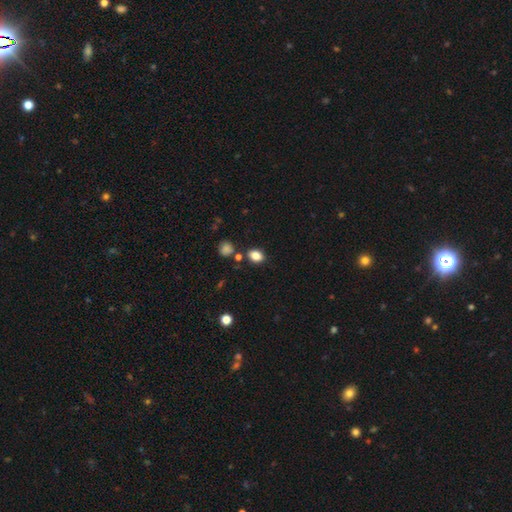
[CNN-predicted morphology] smooth-or-featured: smooth: 84% | star or artifact: 11% | featured or disk: 5%
  how-rounded: in between: 70% | round: 29% | cigar-shaped: 1%
  merging: none: 79% | minor disturbance: 11% | merger: 7% | major disturbance: 3%